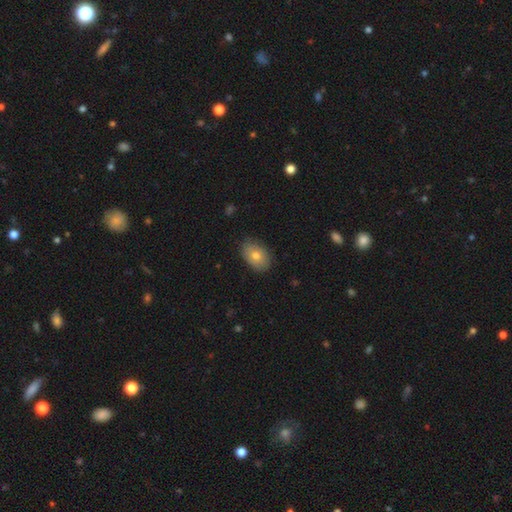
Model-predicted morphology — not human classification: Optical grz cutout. It shows a smooth galaxy with no disk features (76%) that is in between round and cigar-shaped (84%). Merging: none (84%).